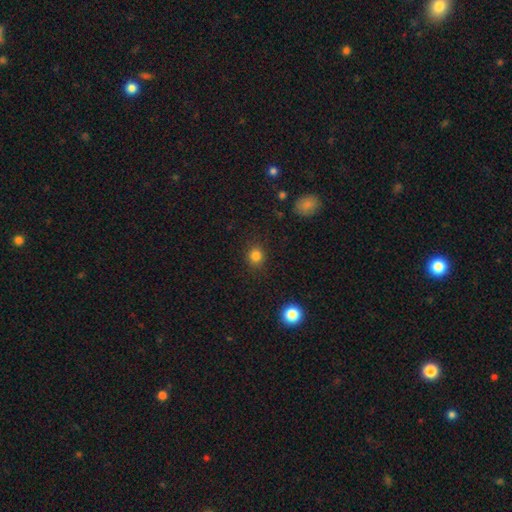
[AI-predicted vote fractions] The model was most divided on "smooth or featured": smooth: 83%, star or artifact: 13%, featured or disk: 4%. More confident: merging — none (88%); how rounded — round (85%).